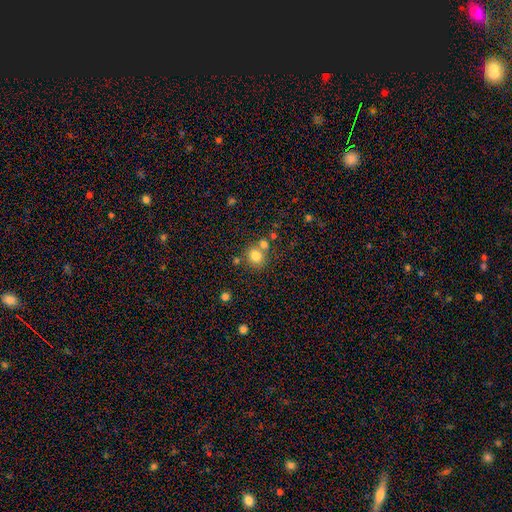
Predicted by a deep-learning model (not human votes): This is likely a smooth galaxy (79%). How rounded: clearly round (86%). Merging: likely none (63%).